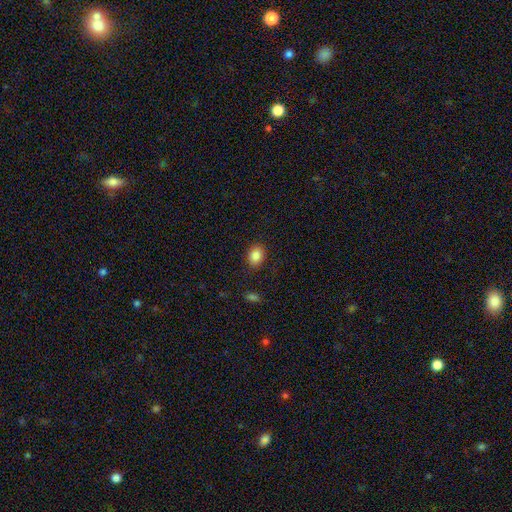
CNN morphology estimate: smooth-or-featured: smooth: 85% | star or artifact: 9% | featured or disk: 6%
  how-rounded: in between: 60% | round: 39% | cigar-shaped: 1%
  merging: none: 87% | minor disturbance: 9% | major disturbance: 2% | merger: 1%